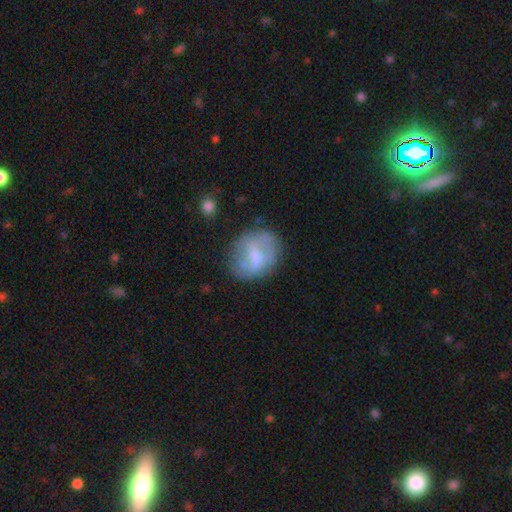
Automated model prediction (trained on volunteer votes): Q: Smooth or featured?
A: featured or disk (51%); runner-up: smooth (41%)
Q: Edge-on disk?
A: no (97%); runner-up: yes (3%)
Q: Merging?
A: none (65%); runner-up: minor disturbance (21%)